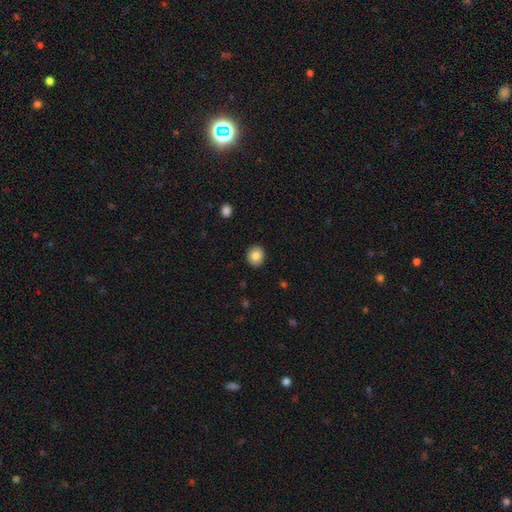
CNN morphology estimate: Smooth or featured? Predicted: smooth (p=0.84). How rounded? Predicted: round (p=0.77). Merging? Predicted: none (p=0.91).